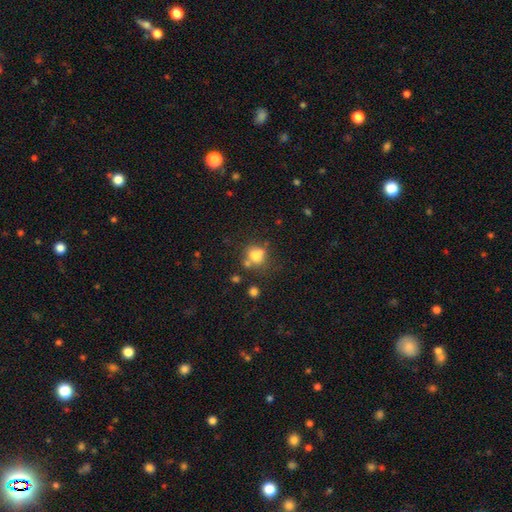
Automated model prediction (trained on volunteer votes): smooth_or_featured: smooth (p=0.71) [alt: featured or disk p=0.15]
how_rounded: round (p=0.72) [alt: in between p=0.27]
merging: none (p=0.50) [alt: merger p=0.26]